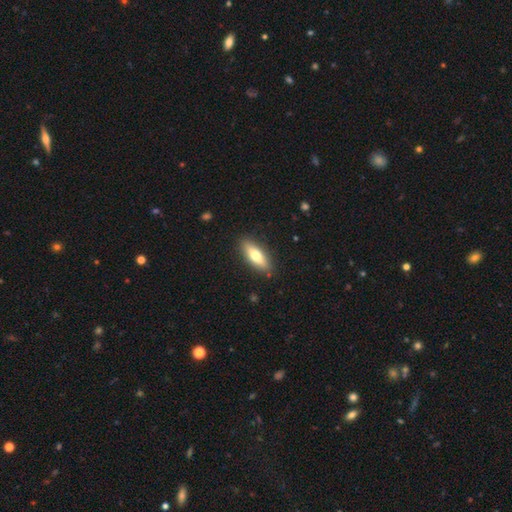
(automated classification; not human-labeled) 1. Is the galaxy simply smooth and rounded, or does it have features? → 69% smooth, 25% featured or disk, 6% star or artifact.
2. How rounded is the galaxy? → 61% in between, 37% cigar-shaped, 2% round.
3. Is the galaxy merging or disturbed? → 87% none, 9% minor disturbance, 2% major disturbance, 1% merger.